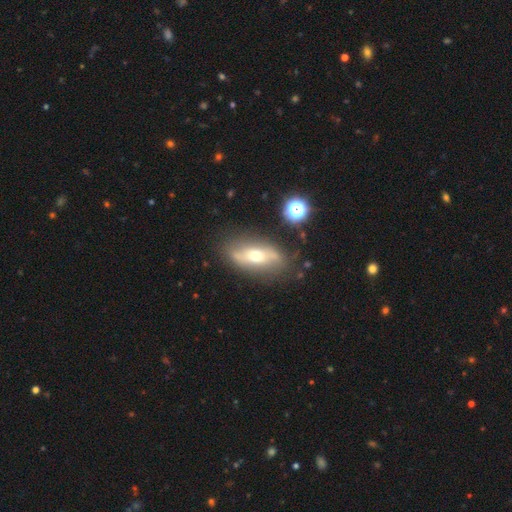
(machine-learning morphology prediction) The model was most divided on "smooth or featured": featured or disk: 60%, smooth: 31%, star or artifact: 9%. More confident: merging — none (76%); edge-on disk — no (73%).